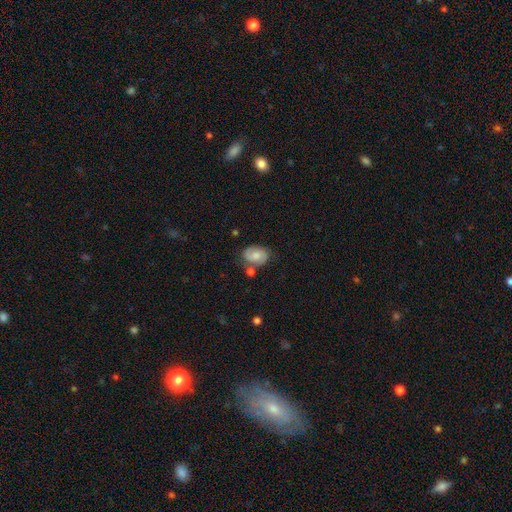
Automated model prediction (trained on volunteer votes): Morphology: type=smooth (57%); roundness=in between (78%); merging=none (62%).